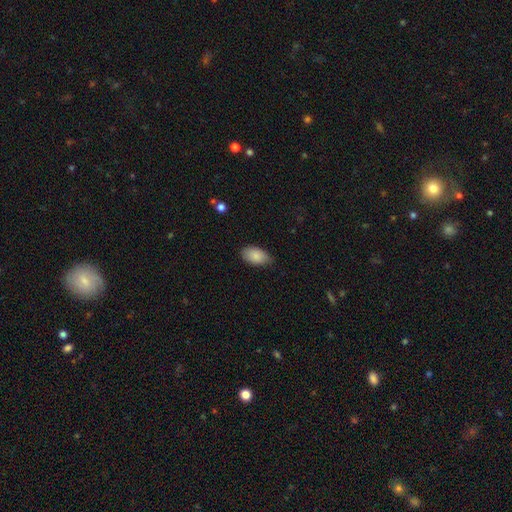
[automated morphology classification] Smooth or featured? Predicted: smooth (p=0.87). How rounded? Predicted: in between (p=0.94). Merging? Predicted: none (p=0.76).